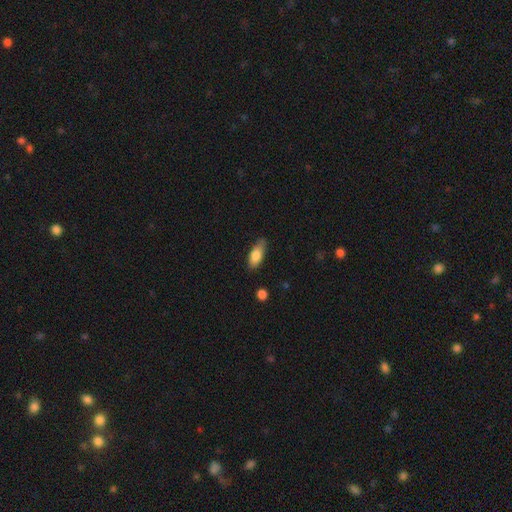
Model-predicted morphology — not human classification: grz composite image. It shows a smooth galaxy with no disk features (80%) that is in between round and cigar-shaped (81%). Merging: none (70%).